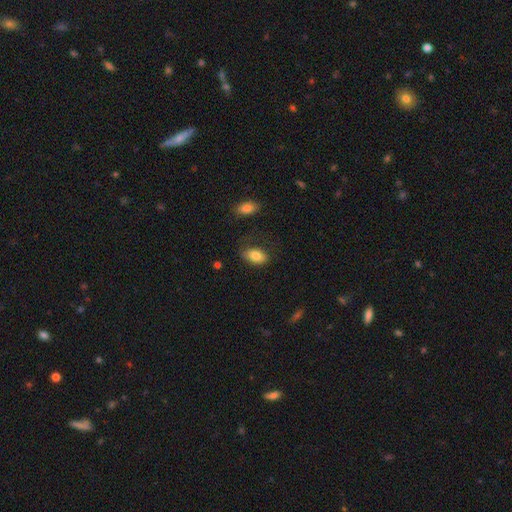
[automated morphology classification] smooth_or_featured: smooth (p=0.83) [alt: featured or disk p=0.09]
how_rounded: in between (p=0.91) [alt: round p=0.07]
merging: none (p=0.69) [alt: minor disturbance p=0.21]